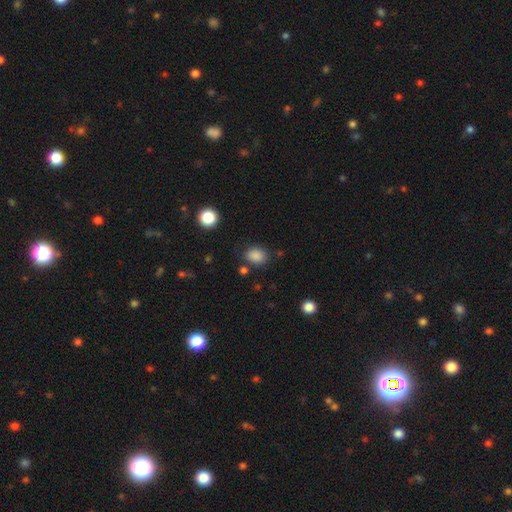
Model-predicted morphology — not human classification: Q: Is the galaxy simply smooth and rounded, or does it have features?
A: smooth — 86%.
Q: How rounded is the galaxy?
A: in between — 60%.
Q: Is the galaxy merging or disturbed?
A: none — 80%.